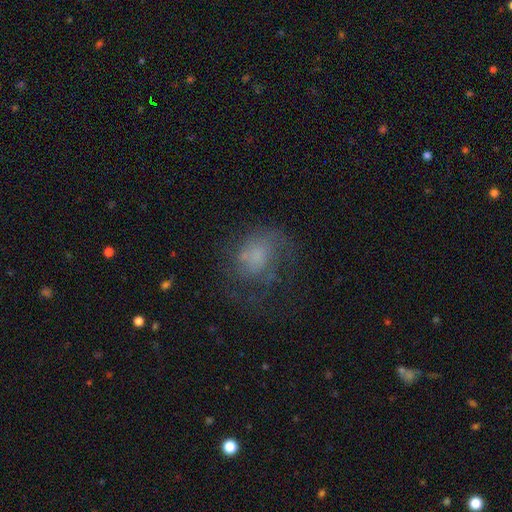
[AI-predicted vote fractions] Smooth or featured?
  - featured or disk: 45% *
  - smooth: 41%
  - star or artifact: 14%
Merging?
  - none: 44% *
  - major disturbance: 33%
  - minor disturbance: 20%
  - merger: 3%